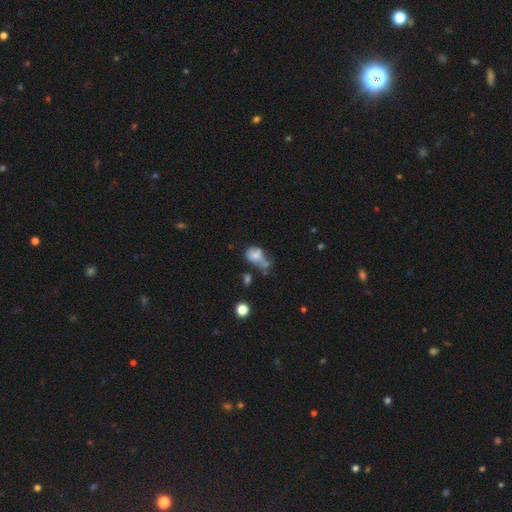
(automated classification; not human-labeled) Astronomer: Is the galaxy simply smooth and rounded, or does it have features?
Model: smooth — 60%.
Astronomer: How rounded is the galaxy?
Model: in between — 69%.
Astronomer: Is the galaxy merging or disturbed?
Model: merger — 28% (runner-up: major disturbance, 27%).